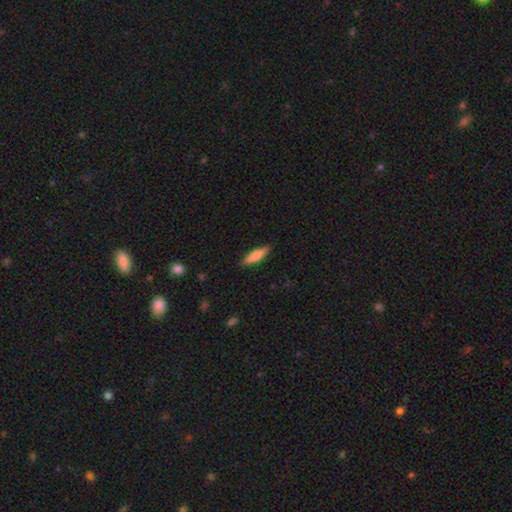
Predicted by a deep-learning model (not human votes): A smooth galaxy with no disk features (76%) that is cigar-shaped (70%).

Vote fractions:
- Smooth or featured? smooth: 76% / featured or disk: 18% / star or artifact: 6%
- How rounded? cigar-shaped: 70% / in between: 28% / round: 2%
- Merging? none: 88% / minor disturbance: 9% / major disturbance: 2% / merger: 1%